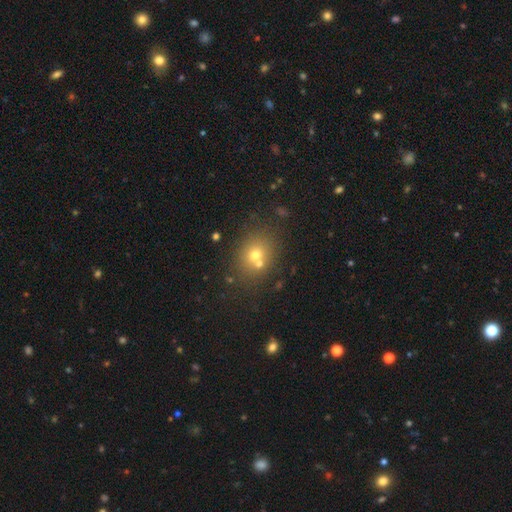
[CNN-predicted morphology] Q: Smooth or featured?
A: smooth (65%); runner-up: star or artifact (18%)
Q: How rounded?
A: round (68%); runner-up: in between (31%)
Q: Merging?
A: none (60%); runner-up: merger (27%)